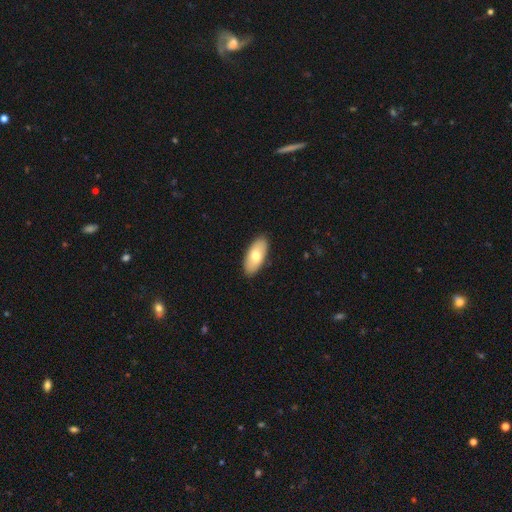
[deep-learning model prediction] Morphology: type=smooth (73%); roundness=in between (91%); merging=none (89%).